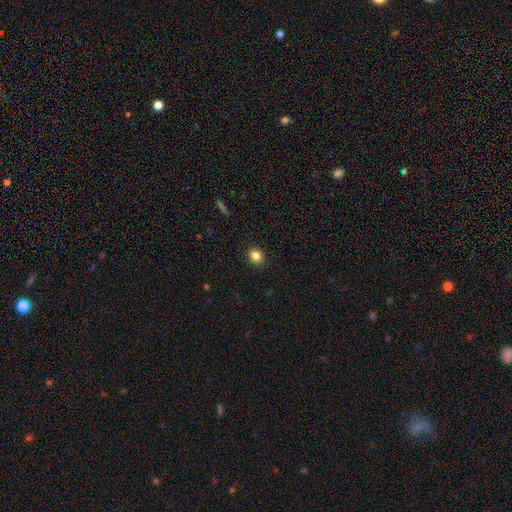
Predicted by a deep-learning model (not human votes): smooth-or-featured: smooth: 84% | star or artifact: 11% | featured or disk: 5%
  how-rounded: round: 67% | in between: 32% | cigar-shaped: 1%
  merging: none: 90% | minor disturbance: 7% | major disturbance: 2% | merger: 1%